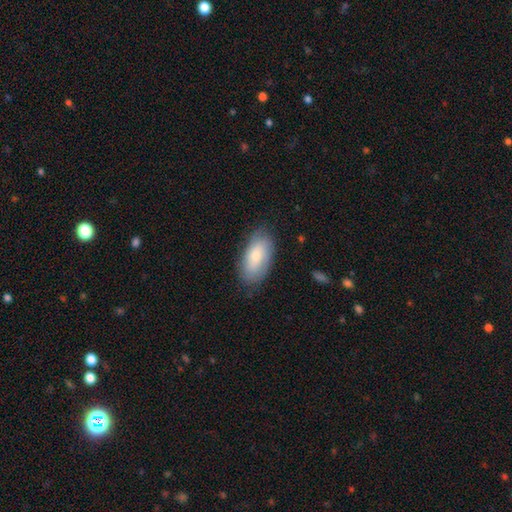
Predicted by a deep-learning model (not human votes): A smooth galaxy with no disk features (67%) that is in between round and cigar-shaped (92%).

Vote fractions:
- Smooth or featured? smooth: 67% / featured or disk: 26% / star or artifact: 7%
- How rounded? in between: 92% / cigar-shaped: 5% / round: 3%
- Merging? none: 79% / minor disturbance: 16% / major disturbance: 4% / merger: 1%